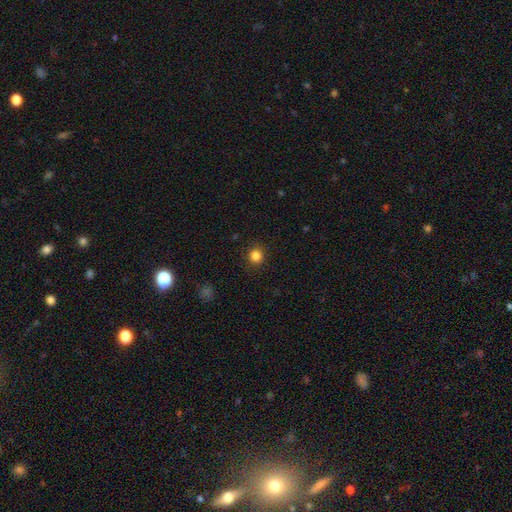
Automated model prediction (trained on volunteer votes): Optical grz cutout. It shows a smooth galaxy with no disk features (84%) that is round (89%). Merging: none (90%).